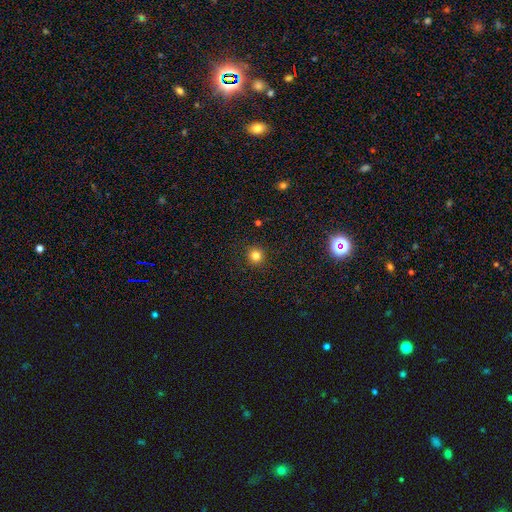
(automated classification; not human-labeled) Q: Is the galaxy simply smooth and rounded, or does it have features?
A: smooth — 82%.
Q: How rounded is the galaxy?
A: round — 93%.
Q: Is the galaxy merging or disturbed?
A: none — 92%.